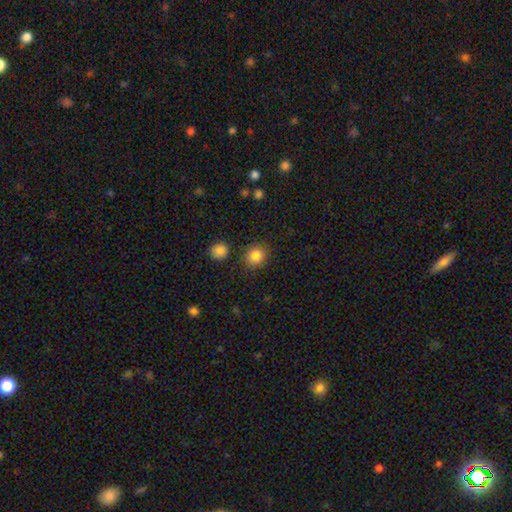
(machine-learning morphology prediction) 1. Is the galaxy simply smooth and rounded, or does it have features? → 85% smooth, 10% star or artifact, 5% featured or disk.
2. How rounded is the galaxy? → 79% round, 20% in between, 1% cigar-shaped.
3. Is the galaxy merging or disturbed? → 84% none, 9% minor disturbance, 3% merger, 3% major disturbance.